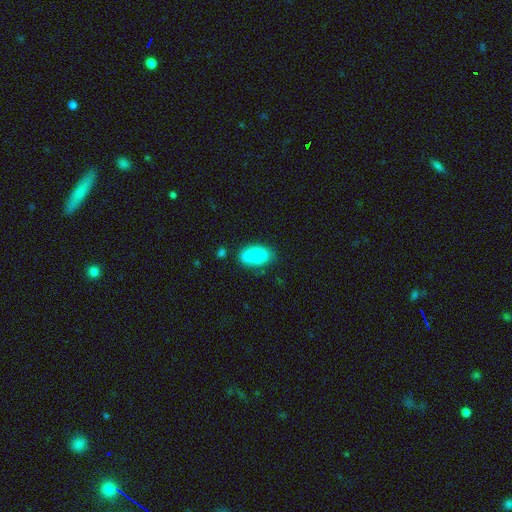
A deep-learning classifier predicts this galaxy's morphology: A smooth galaxy with no disk features (70%) that is in between round and cigar-shaped (89%). Merging: none (66%).